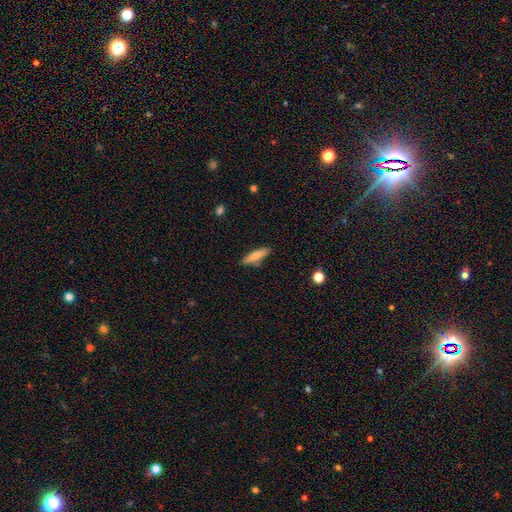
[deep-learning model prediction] This appears to be a smooth galaxy with no disk features (74%) that is cigar-shaped (79%). Merging: none (83%).